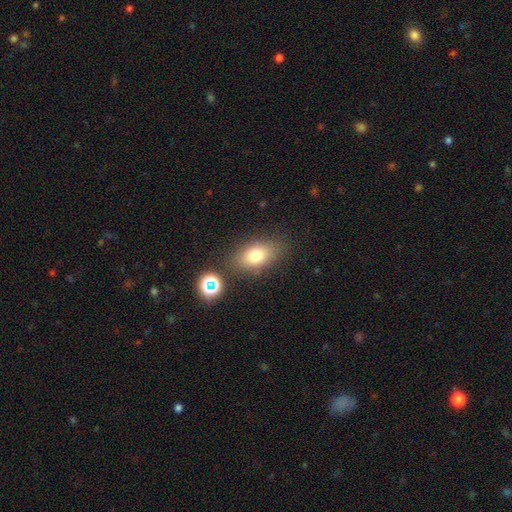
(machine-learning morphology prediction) Overall: smooth (77%). How rounded: in between (82%). Merging: none (77%).